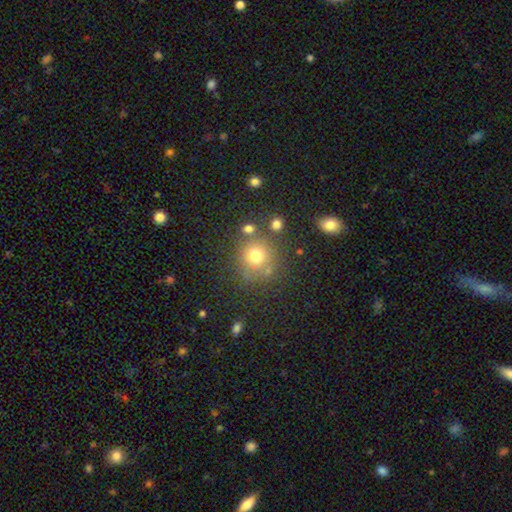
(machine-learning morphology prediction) Smooth or featured: smooth — 72% (star or artifact — 17%)
How rounded: round — 90% (in between — 9%)
Merging: none — 73% (minor disturbance — 12%)